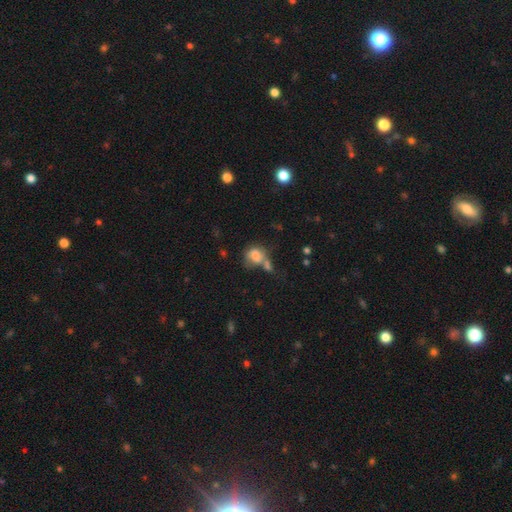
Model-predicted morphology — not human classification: A smooth galaxy with no disk features (71%) that is in between round and cigar-shaped (53%).

Vote fractions:
- Smooth or featured? smooth: 71% / featured or disk: 17% / star or artifact: 12%
- How rounded? in between: 53% / round: 45% / cigar-shaped: 2%
- Merging? merger: 38% / none: 27% / minor disturbance: 18% / major disturbance: 17%